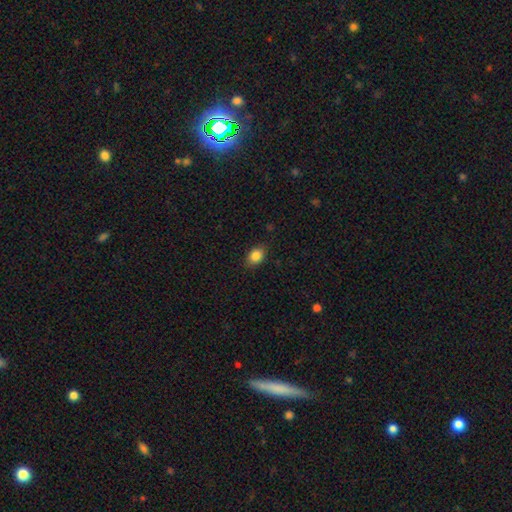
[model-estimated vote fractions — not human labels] Overall: smooth (85%). How rounded: in between (71%). Merging: none (85%).